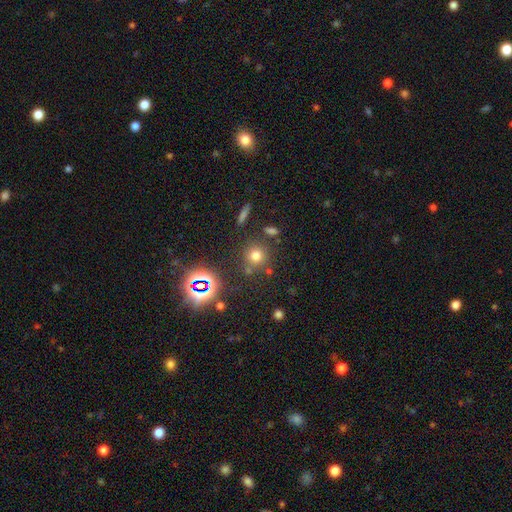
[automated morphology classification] This appears to be a smooth galaxy with no disk features (66%) that is round (90%). Merging: none (76%).